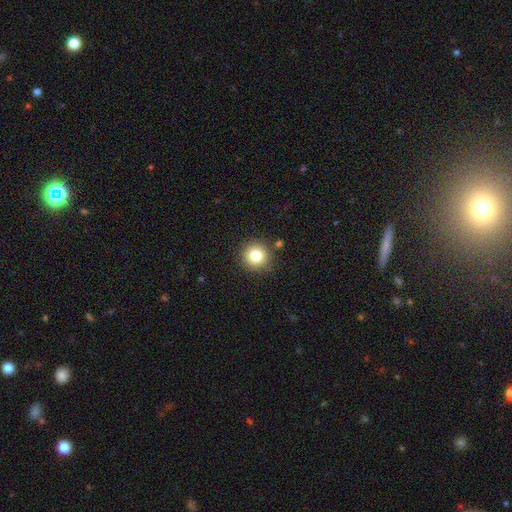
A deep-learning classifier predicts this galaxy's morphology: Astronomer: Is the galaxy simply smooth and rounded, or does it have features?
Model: smooth — 81%.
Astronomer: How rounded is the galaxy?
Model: round — 95%.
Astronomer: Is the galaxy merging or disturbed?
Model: none — 88%.